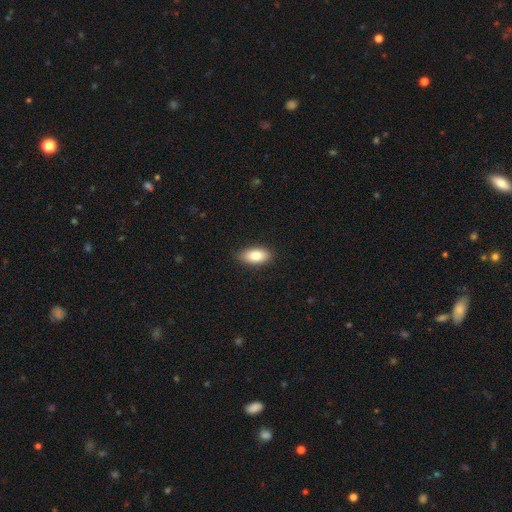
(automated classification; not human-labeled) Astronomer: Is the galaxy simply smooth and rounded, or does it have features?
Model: smooth — 84%.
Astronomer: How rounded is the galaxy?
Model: in between — 90%.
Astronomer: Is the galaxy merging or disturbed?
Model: none — 86%.